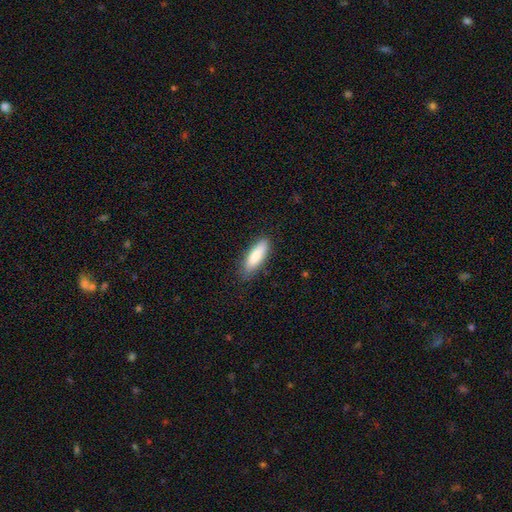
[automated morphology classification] smooth-or-featured: smooth: 85% | featured or disk: 9% | star or artifact: 6%
  how-rounded: in between: 50% | cigar-shaped: 49% | round: 2%
  merging: none: 82% | minor disturbance: 14% | major disturbance: 3% | merger: 1%